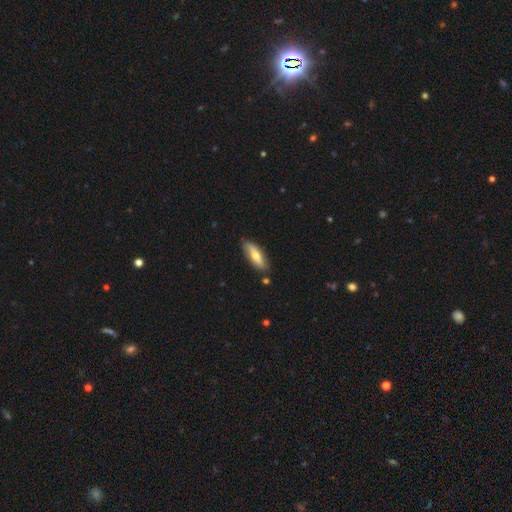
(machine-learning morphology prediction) smooth_or_featured: smooth (p=0.55) [alt: featured or disk p=0.39]
how_rounded: in between (p=0.55) [alt: cigar-shaped p=0.42]
merging: none (p=0.83) [alt: minor disturbance p=0.12]